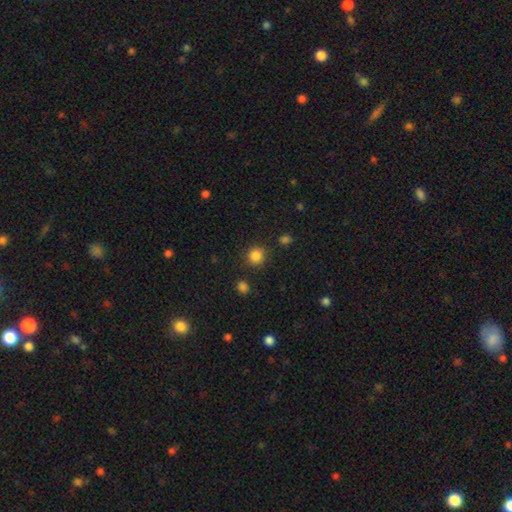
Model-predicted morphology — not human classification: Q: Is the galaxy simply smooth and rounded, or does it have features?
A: smooth — 84%.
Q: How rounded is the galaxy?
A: round — 91%.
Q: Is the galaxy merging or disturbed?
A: none — 87%.